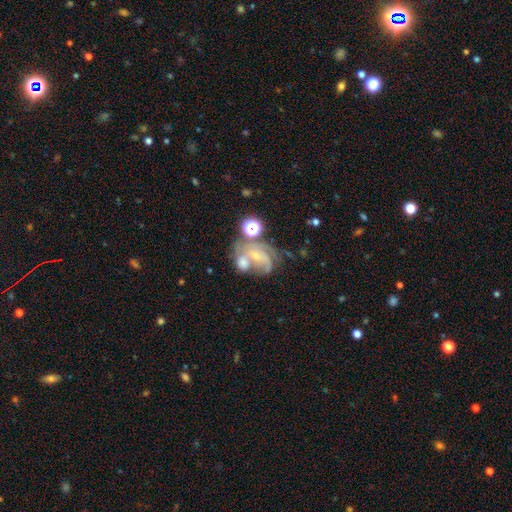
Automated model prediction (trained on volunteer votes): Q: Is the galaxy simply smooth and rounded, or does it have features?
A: featured or disk — 70%.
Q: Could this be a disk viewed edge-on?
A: no — 97%.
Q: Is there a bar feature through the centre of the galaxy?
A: no — 59%.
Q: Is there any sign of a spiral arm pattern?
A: yes — 87%.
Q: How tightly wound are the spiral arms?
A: medium — 42%.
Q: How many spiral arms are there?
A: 2 — 35%.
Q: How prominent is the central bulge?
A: small — 63%.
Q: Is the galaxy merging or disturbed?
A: merger — 37%.